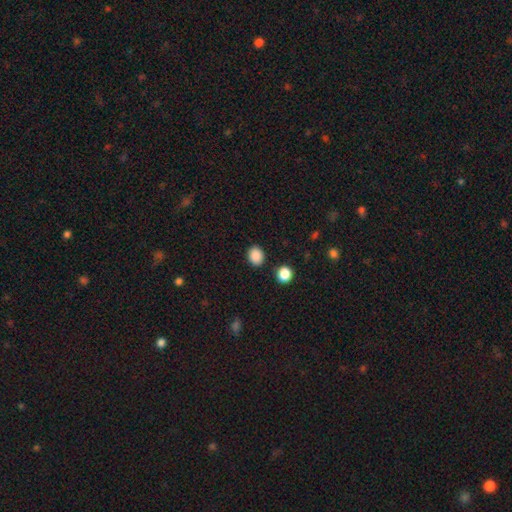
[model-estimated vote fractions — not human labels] Smooth or featured: smooth — 88% (star or artifact — 10%)
How rounded: round — 57% (in between — 42%)
Merging: none — 87% (minor disturbance — 8%)